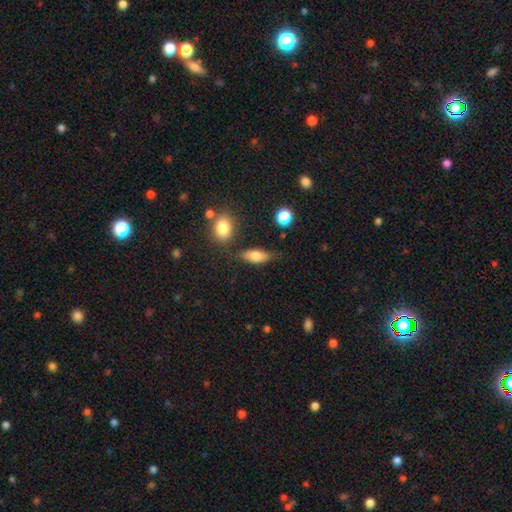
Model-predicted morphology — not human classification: smooth-or-featured: smooth: 75% | featured or disk: 17% | star or artifact: 9%
  how-rounded: in between: 77% | cigar-shaped: 17% | round: 5%
  merging: none: 72% | minor disturbance: 17% | merger: 6% | major disturbance: 5%